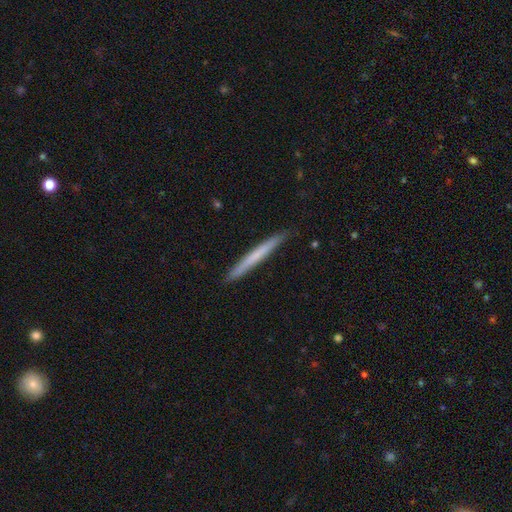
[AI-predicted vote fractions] The model was most divided on "smooth or featured": smooth: 57%, featured or disk: 38%, star or artifact: 5%. More confident: how rounded — cigar-shaped (97%); merging — none (90%).